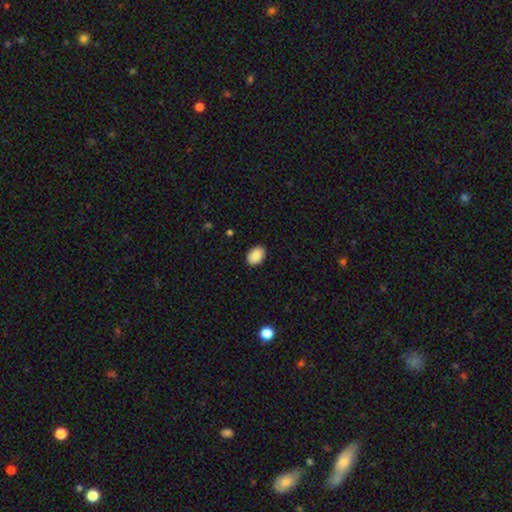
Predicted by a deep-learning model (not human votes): Smooth or featured? smooth (89%)
How rounded? in between (84%)
Merging? none (89%)